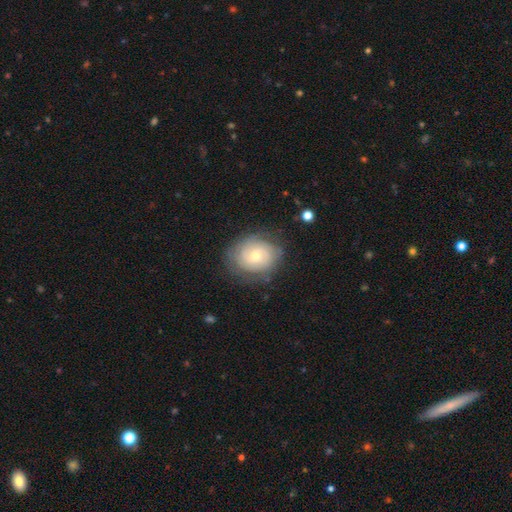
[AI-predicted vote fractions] This appears to be a featured or disk galaxy (69%) with no bar (70%), tight (69%) spiral arms (88%) and a small central bulge (51%). Merging: none (76%).